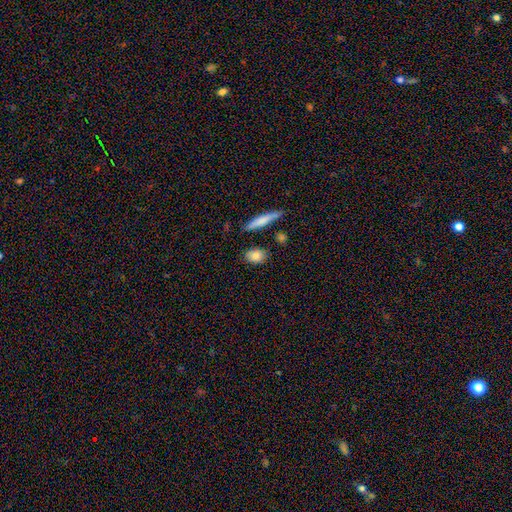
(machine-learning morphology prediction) type=smooth (82%); roundness=in between (69%); merging=none (79%).